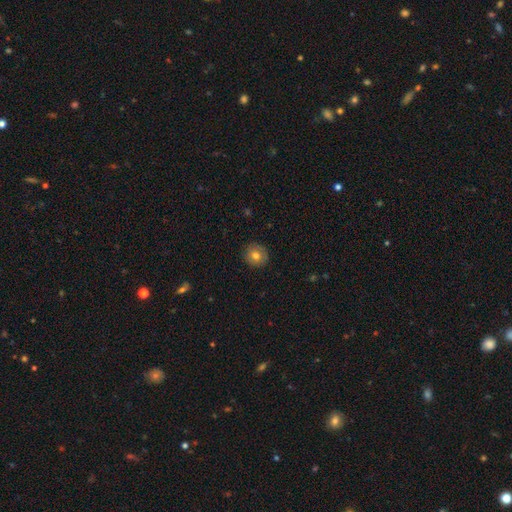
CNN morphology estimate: smooth 74%, featured or disk 17%, star or artifact 9%. Down the decision tree: how rounded — round (92%); merging — none (88%).